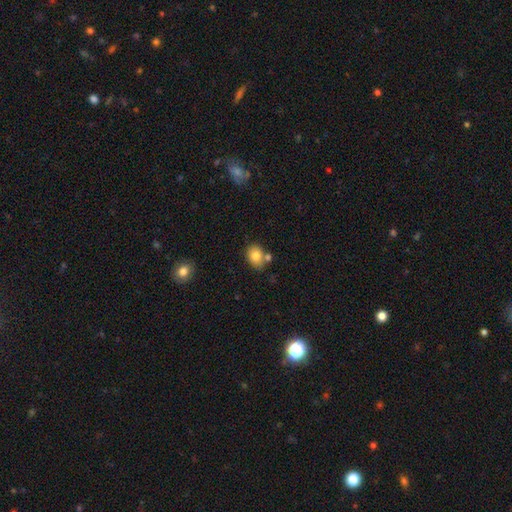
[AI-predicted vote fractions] The model was most divided on "how rounded": in between: 57%, round: 42%, cigar-shaped: 1%. More confident: smooth or featured — smooth (81%); merging — none (64%).